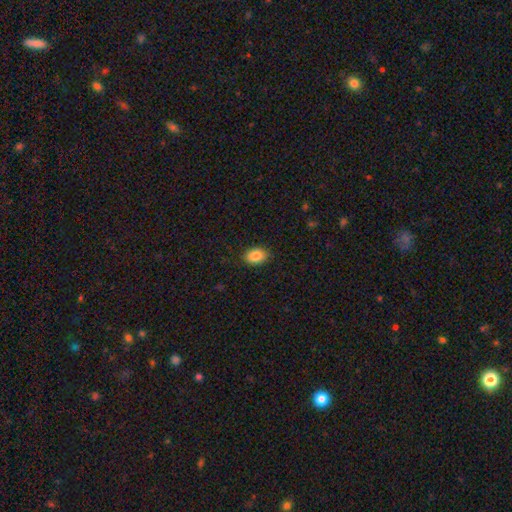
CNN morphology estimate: Smooth or featured?
  - smooth: 87% *
  - star or artifact: 8%
  - featured or disk: 6%
How rounded?
  - in between: 78% *
  - round: 21%
  - cigar-shaped: 1%
Merging?
  - none: 88% *
  - minor disturbance: 9%
  - major disturbance: 2%
  - merger: 1%